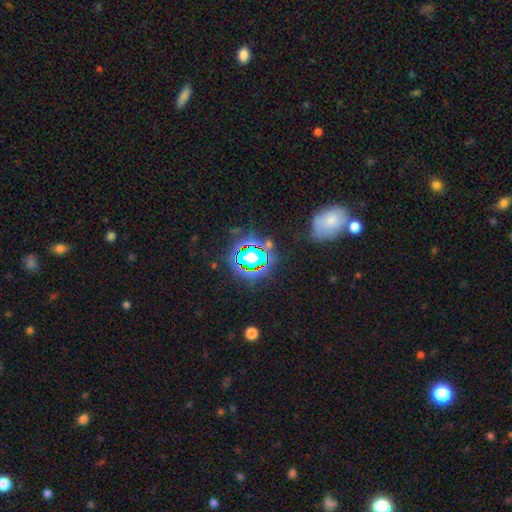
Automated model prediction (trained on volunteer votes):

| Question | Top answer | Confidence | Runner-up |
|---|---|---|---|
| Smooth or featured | star or artifact | 74% | smooth (16%) |